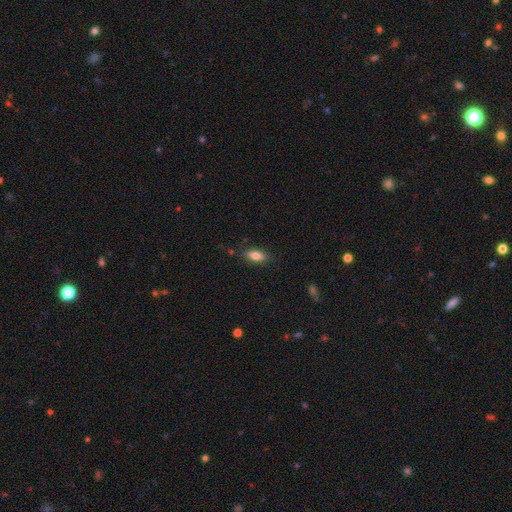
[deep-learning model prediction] The model was most divided on "how rounded": in between: 78%, cigar-shaped: 18%, round: 3%. More confident: merging — none (83%); smooth or featured — smooth (78%).